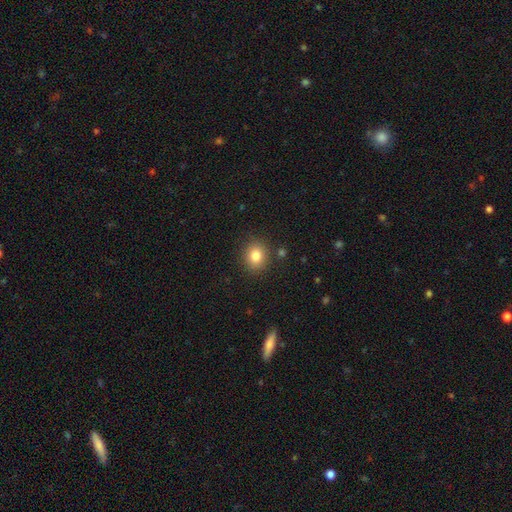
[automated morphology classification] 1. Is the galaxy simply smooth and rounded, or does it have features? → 83% smooth, 11% star or artifact, 6% featured or disk.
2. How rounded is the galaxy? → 69% round, 30% in between, 1% cigar-shaped.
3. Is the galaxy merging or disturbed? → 87% none, 8% minor disturbance, 3% major disturbance, 2% merger.